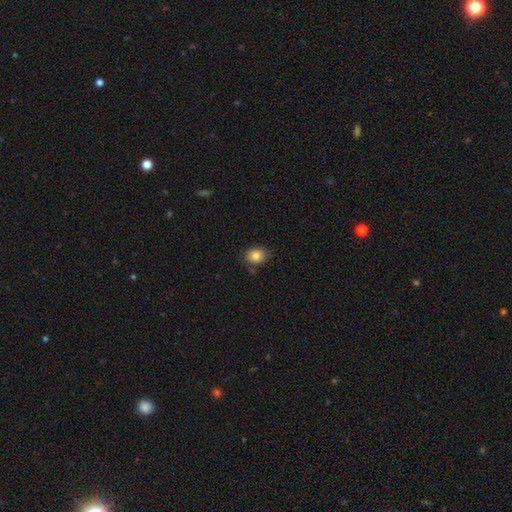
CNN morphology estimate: Overall: smooth (84%). How rounded: round (56%; in between 43%). Merging: none (78%).